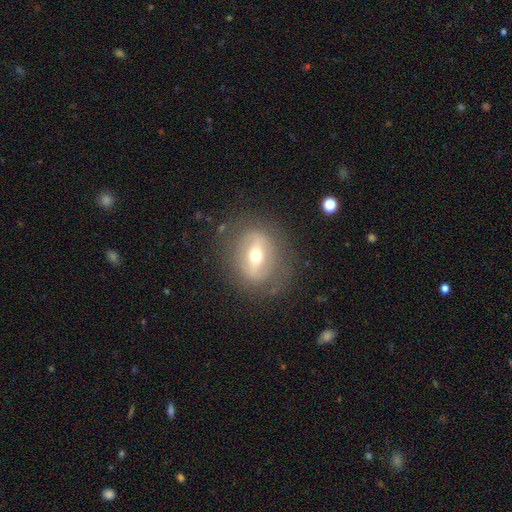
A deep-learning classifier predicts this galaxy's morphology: featured or disk 60%, smooth 32%, star or artifact 9%. Down the decision tree: edge-on disk — no (85%); bar — strong (53%); spiral arms — no (73%); bulge size — moderate (65%); merging — none (77%).